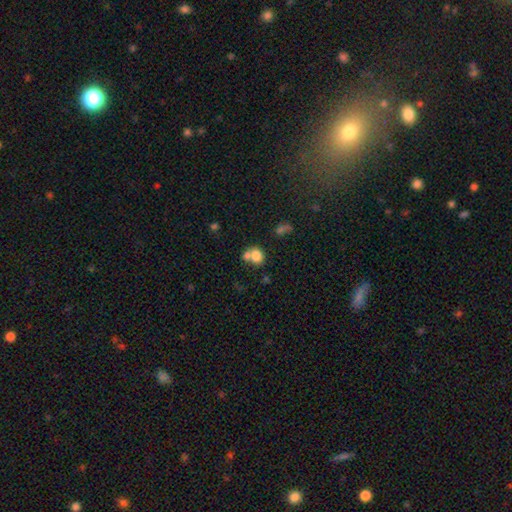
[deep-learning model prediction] The model was most divided on "merging": merger: 52%, none: 35%, minor disturbance: 9%, major disturbance: 5%. More confident: smooth or featured — smooth (77%); how rounded — round (64%).